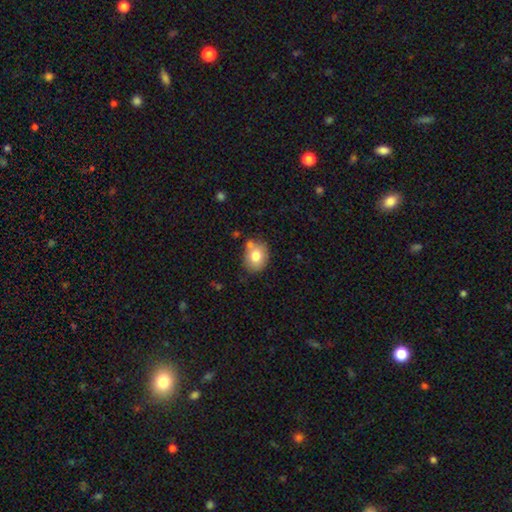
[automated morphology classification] This appears to be a smooth galaxy with no disk features (76%) that is round (55%). Merging: none (65%).